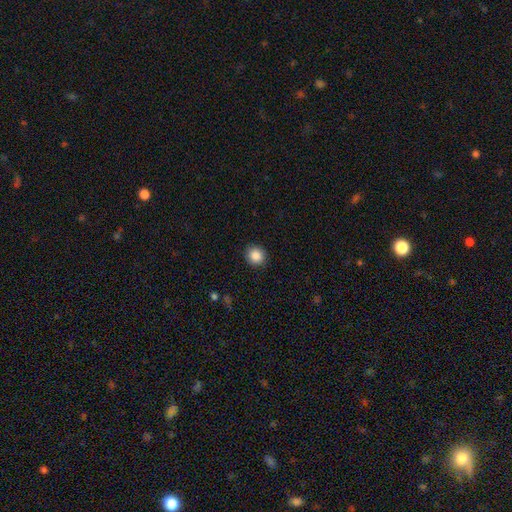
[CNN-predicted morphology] The model was most divided on "smooth or featured": smooth: 87%, star or artifact: 9%, featured or disk: 4%. More confident: merging — none (91%); how rounded — round (89%).